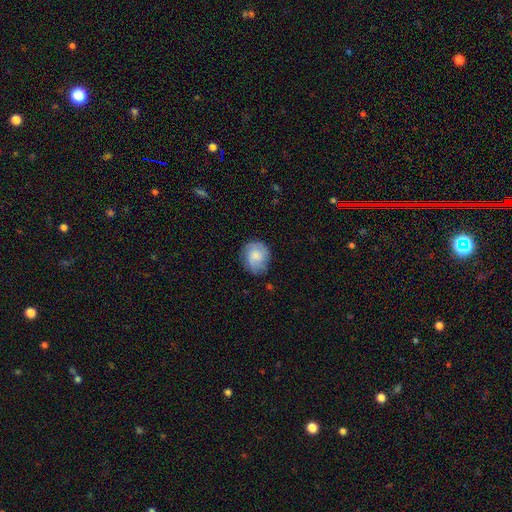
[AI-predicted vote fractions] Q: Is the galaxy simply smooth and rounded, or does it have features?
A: smooth — 58%.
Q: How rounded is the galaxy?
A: round — 72%.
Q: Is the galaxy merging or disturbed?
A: none — 71%.